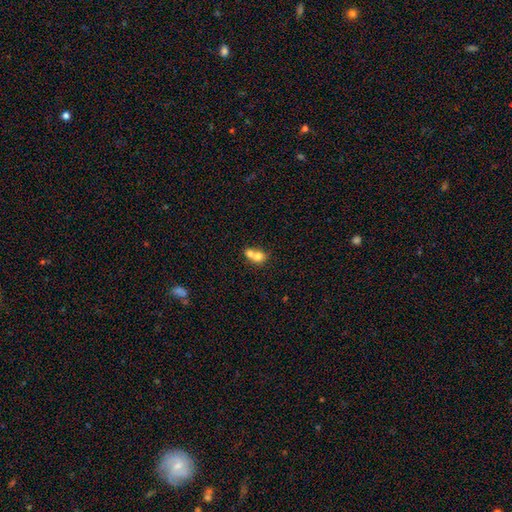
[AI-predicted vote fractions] Overall: smooth (72%). How rounded: round (61%; in between 37%). Merging: merger (71%).